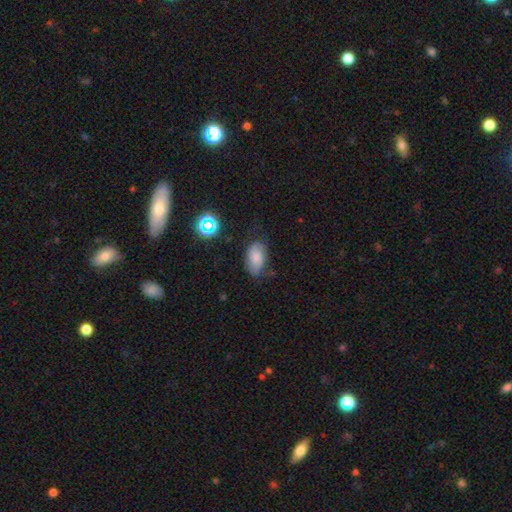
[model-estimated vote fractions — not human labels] Smooth or featured?
  - smooth: 71% *
  - featured or disk: 17%
  - star or artifact: 12%
How rounded?
  - in between: 90% *
  - round: 8%
  - cigar-shaped: 2%
Merging?
  - none: 63% *
  - minor disturbance: 27%
  - major disturbance: 8%
  - merger: 2%